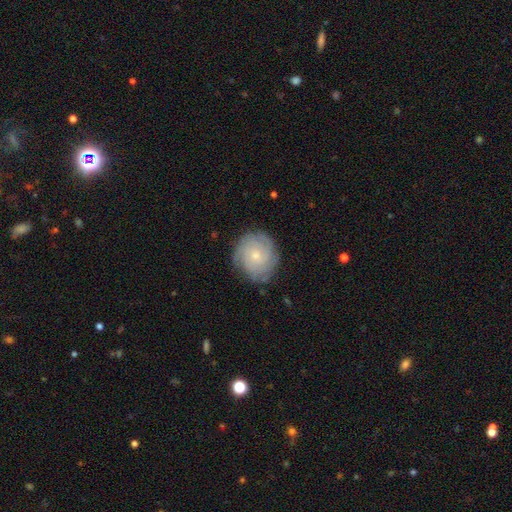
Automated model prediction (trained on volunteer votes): Overall: featured or disk (60%; smooth 32%). Edge-on disk: no (97%). Bar: no (79%). Spiral arms: yes (89%). Spiral arm count: can't tell (47%; 3 16%). Spiral winding: tight (72%). Bulge size: small (65%; moderate 30%). Merging: none (79%).